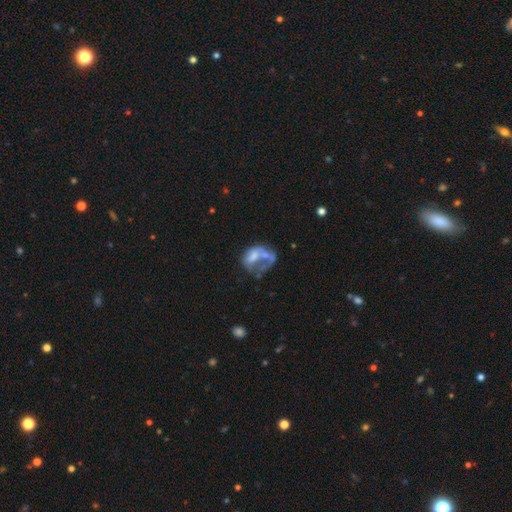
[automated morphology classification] smooth_or_featured: featured or disk (p=0.51) [alt: smooth p=0.38]
disk_edge_on: no (p=0.97) [alt: yes p=0.03]
merging: major disturbance (p=0.40) [alt: merger p=0.23]